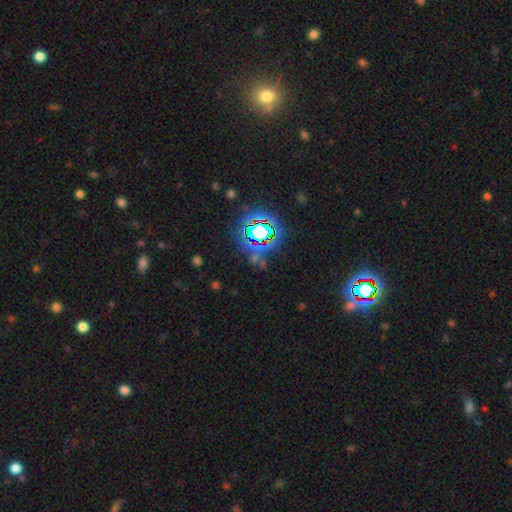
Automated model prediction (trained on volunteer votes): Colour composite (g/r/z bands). It shows a star or artifact, not a galaxy (72%).